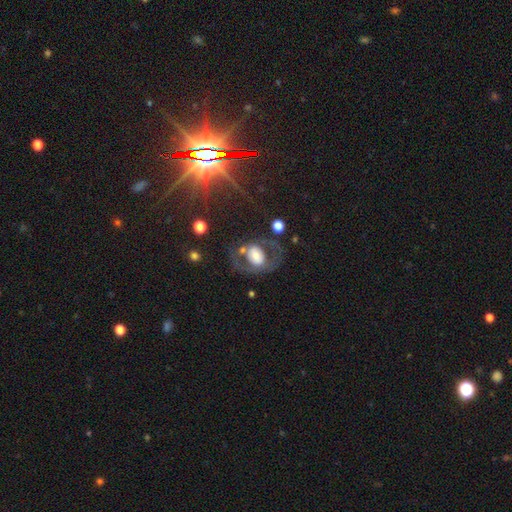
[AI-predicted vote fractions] A featured or disk galaxy (53%).

Vote fractions:
- Smooth or featured? featured or disk: 53% / smooth: 38% / star or artifact: 9%
- Edge-on disk? no: 94% / yes: 6%
- Merging? none: 50% / major disturbance: 25% / minor disturbance: 19% / merger: 6%